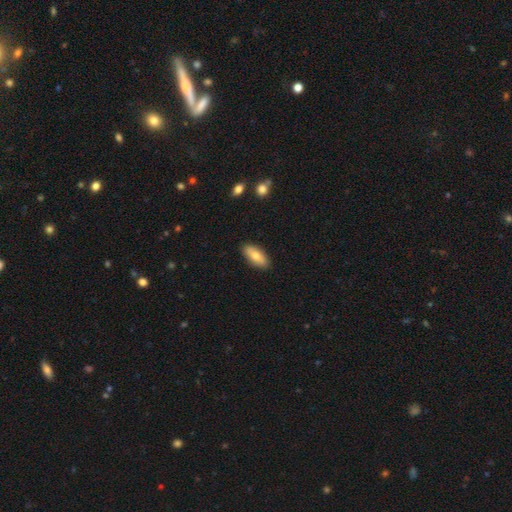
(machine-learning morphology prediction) smooth-or-featured: smooth: 75% | featured or disk: 19% | star or artifact: 6%
  how-rounded: in between: 82% | cigar-shaped: 15% | round: 3%
  merging: none: 88% | minor disturbance: 9% | major disturbance: 2% | merger: 1%